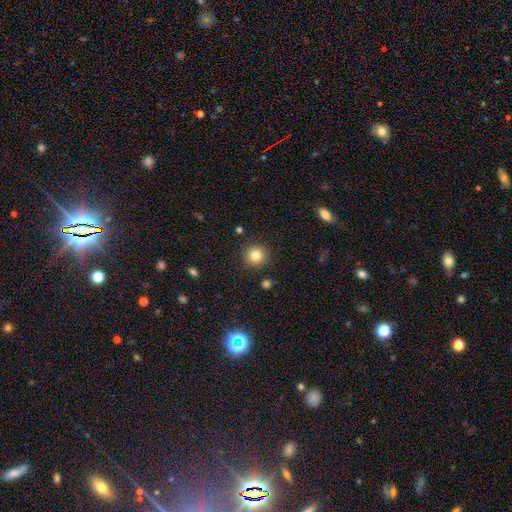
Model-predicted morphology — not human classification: Overall: smooth (83%). How rounded: round (94%). Merging: none (91%).